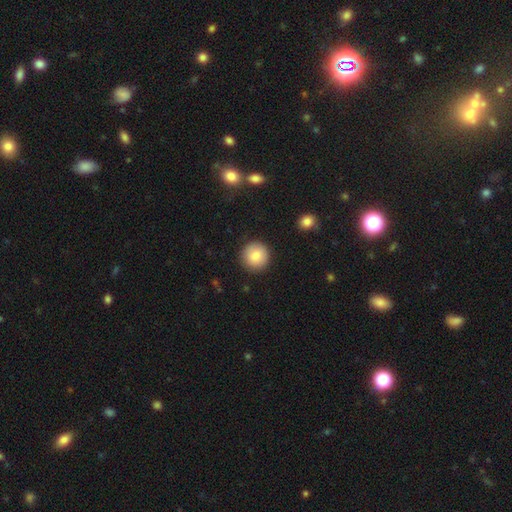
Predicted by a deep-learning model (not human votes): This appears to be a smooth galaxy with no disk features (85%) that is round (95%). Merging: none (90%).